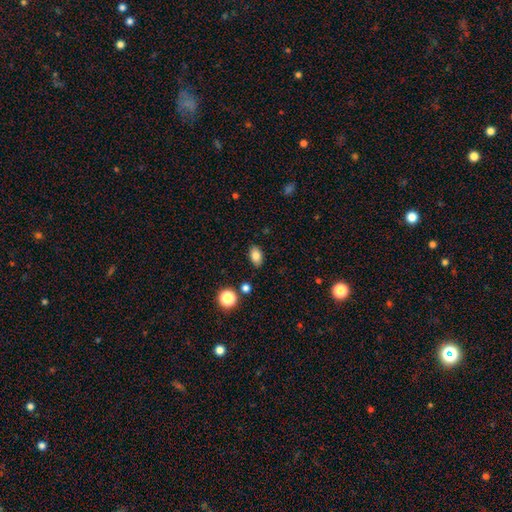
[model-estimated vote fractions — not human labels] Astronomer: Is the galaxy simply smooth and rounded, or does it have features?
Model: smooth — 82%.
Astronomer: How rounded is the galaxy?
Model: in between — 85%.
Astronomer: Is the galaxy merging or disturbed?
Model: none — 85%.